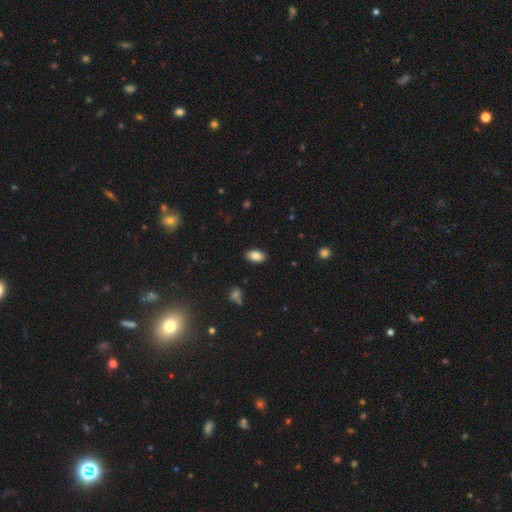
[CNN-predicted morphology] The model was most divided on "smooth or featured": smooth: 83%, featured or disk: 9%, star or artifact: 8%. More confident: how rounded — in between (92%); merging — none (89%).